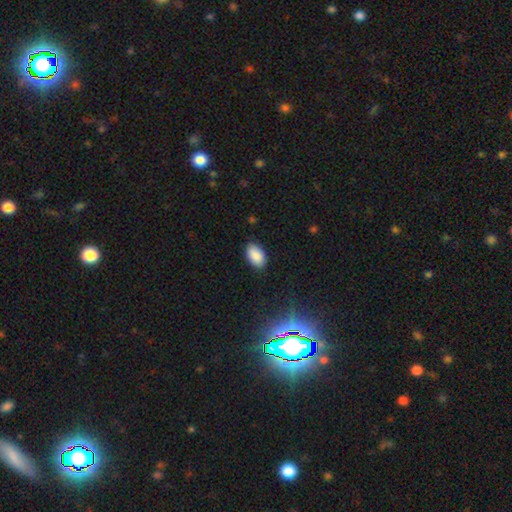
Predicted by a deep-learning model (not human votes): Smooth or featured? Predicted: smooth (p=0.87). How rounded? Predicted: in between (p=0.92). Merging? Predicted: none (p=0.84).